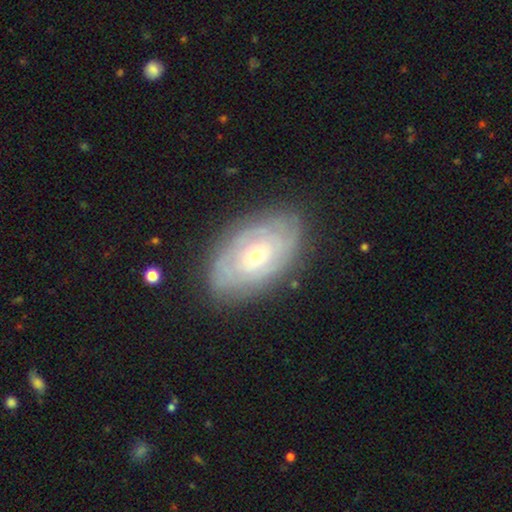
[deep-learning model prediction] Q: Smooth or featured?
A: featured or disk (73%); runner-up: smooth (21%)
Q: Edge-on disk?
A: no (94%); runner-up: yes (6%)
Q: Bar?
A: no (76%); runner-up: weak (19%)
Q: Spiral arms?
A: yes (79%); runner-up: no (21%)
Q: Spiral winding?
A: tight (78%); runner-up: medium (16%)
Q: Spiral arm count?
A: can't tell (58%); runner-up: 2 (16%)
Q: Bulge size?
A: small (59%); runner-up: moderate (38%)
Q: Merging?
A: none (80%); runner-up: minor disturbance (15%)